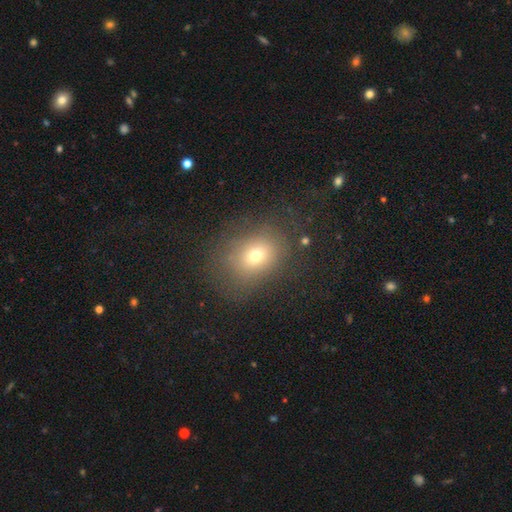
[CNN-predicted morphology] Smooth or featured? Predicted: smooth (p=0.67). How rounded? Predicted: in between (p=0.50). Merging? Predicted: none (p=0.69).